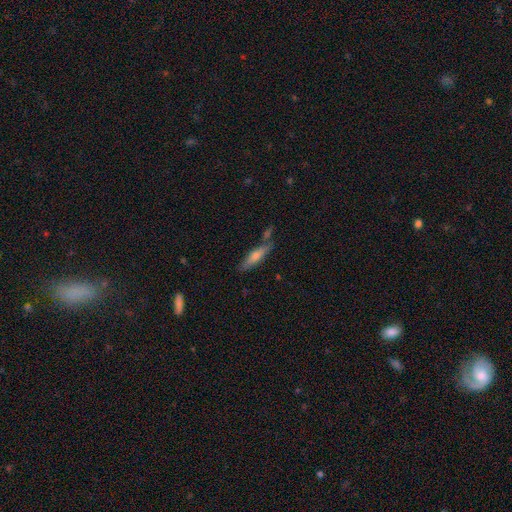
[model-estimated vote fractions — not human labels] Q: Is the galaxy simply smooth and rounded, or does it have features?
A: smooth — 56%.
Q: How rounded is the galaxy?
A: cigar-shaped — 81%.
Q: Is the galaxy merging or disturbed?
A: none — 71%.